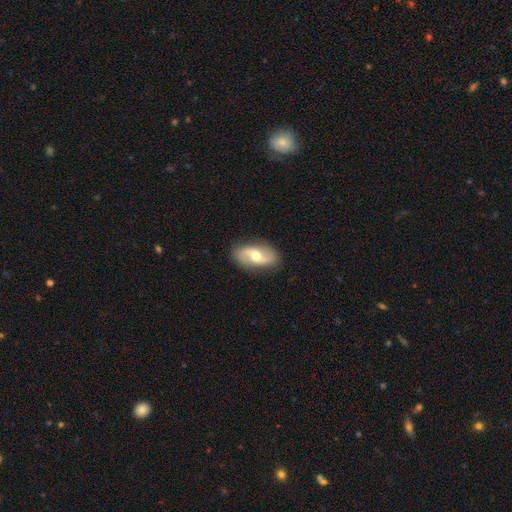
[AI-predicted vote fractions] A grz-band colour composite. It shows a featured or disk galaxy (69%) with a weak bar (42%), 2 (91%) loose (66%) spiral arms (85%) and a moderate central bulge (74%). Merging: none (85%).